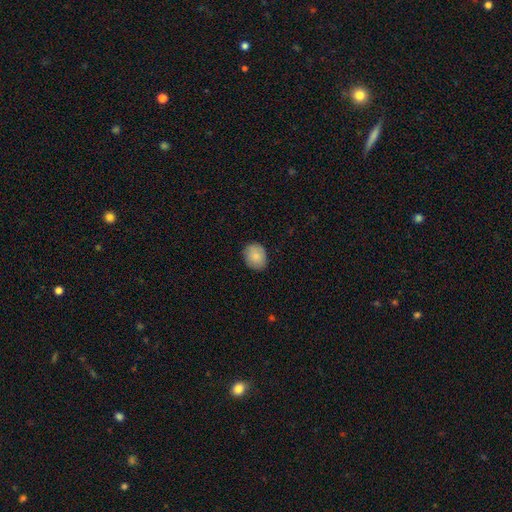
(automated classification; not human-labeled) Overall: smooth (84%). How rounded: round (55%; in between 44%). Merging: none (85%).